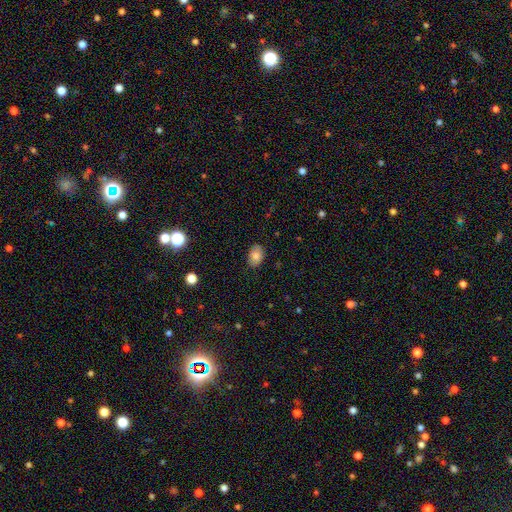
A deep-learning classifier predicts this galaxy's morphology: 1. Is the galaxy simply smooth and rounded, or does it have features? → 79% smooth, 12% featured or disk, 9% star or artifact.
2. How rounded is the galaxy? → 79% in between, 20% round, 1% cigar-shaped.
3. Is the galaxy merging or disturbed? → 84% none, 13% minor disturbance, 2% major disturbance, 1% merger.